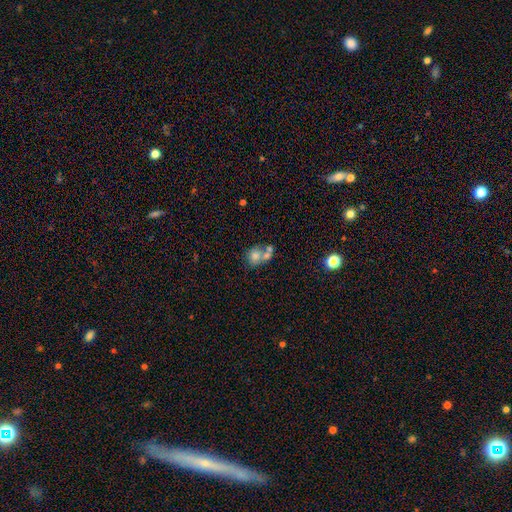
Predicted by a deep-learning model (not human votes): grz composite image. It shows a smooth galaxy with no disk features (68%) that is round (59%). Merging: merger (55%).